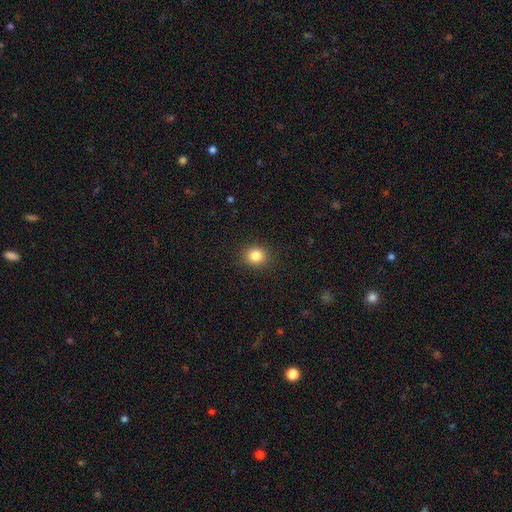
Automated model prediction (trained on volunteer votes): Morphology: type=smooth (84%); roundness=round (77%); merging=none (90%).